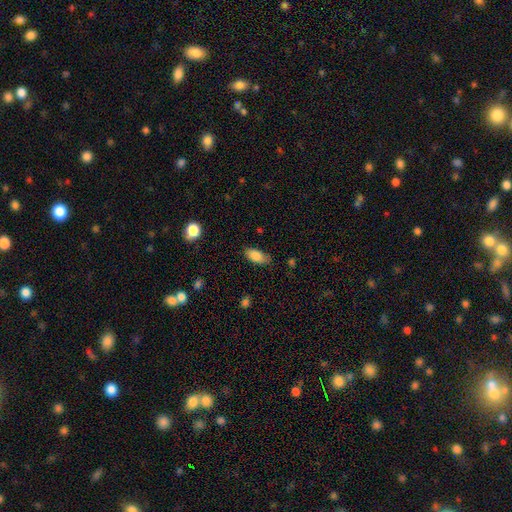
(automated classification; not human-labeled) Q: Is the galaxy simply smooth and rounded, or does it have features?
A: smooth — 85%.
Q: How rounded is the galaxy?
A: in between — 89%.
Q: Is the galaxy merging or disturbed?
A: none — 78%.